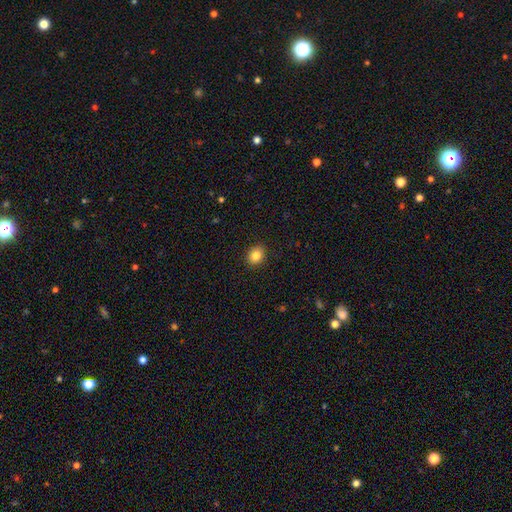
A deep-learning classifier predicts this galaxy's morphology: Q: Smooth or featured?
A: smooth (84%); runner-up: star or artifact (10%)
Q: How rounded?
A: round (56%); runner-up: in between (43%)
Q: Merging?
A: none (90%); runner-up: minor disturbance (7%)